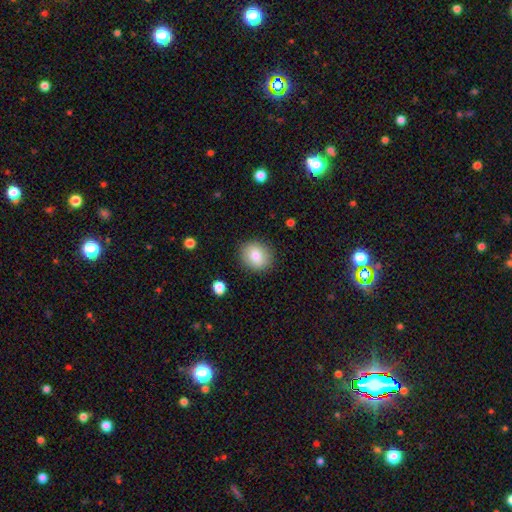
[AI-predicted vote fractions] Smooth or featured: smooth — 81% (featured or disk — 10%)
How rounded: round — 74% (in between — 25%)
Merging: none — 88% (minor disturbance — 8%)